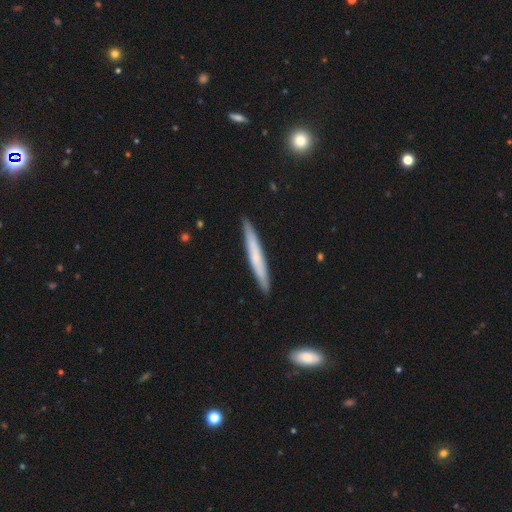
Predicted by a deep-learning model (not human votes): Morphology: type=smooth (57%); roundness=cigar-shaped (96%); merging=none (91%).